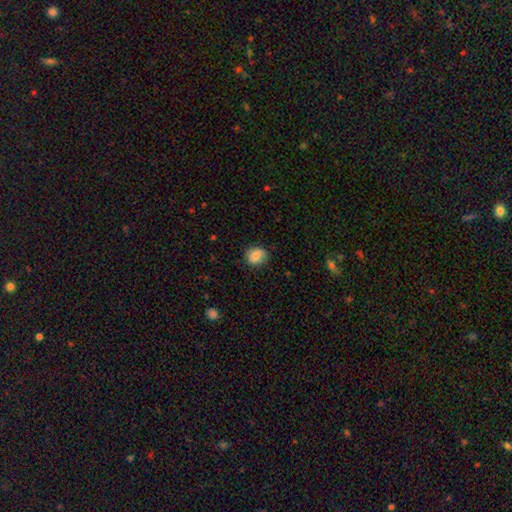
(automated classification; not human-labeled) Morphology: type=smooth (86%); roundness=round (68%); merging=none (79%).